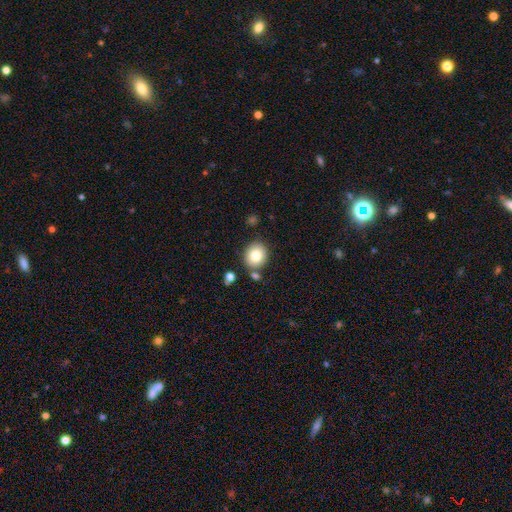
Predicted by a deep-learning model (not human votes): Smooth or featured? Predicted: smooth (p=0.83). How rounded? Predicted: round (p=0.66). Merging? Predicted: none (p=0.78).